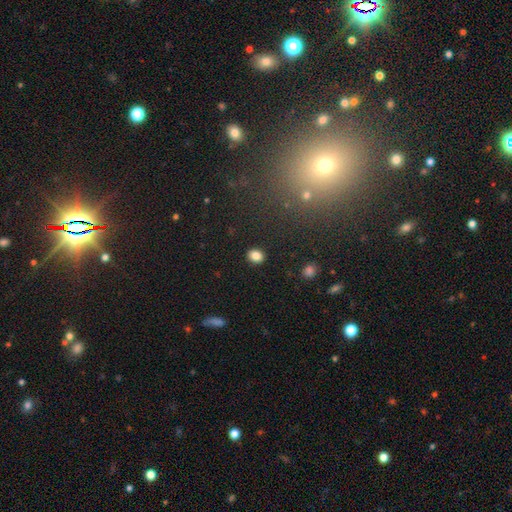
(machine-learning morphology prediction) Smooth or featured: smooth — 85% (star or artifact — 10%)
How rounded: round — 56% (in between — 43%)
Merging: none — 90% (minor disturbance — 7%)